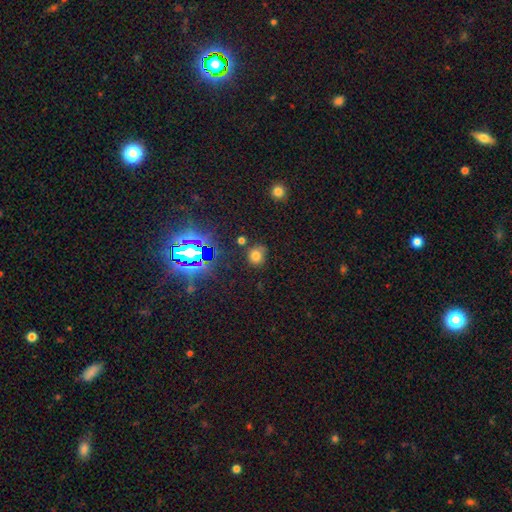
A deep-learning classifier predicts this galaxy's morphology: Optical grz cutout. It shows a smooth galaxy with no disk features (69%) that is round (79%). Merging: none (70%).